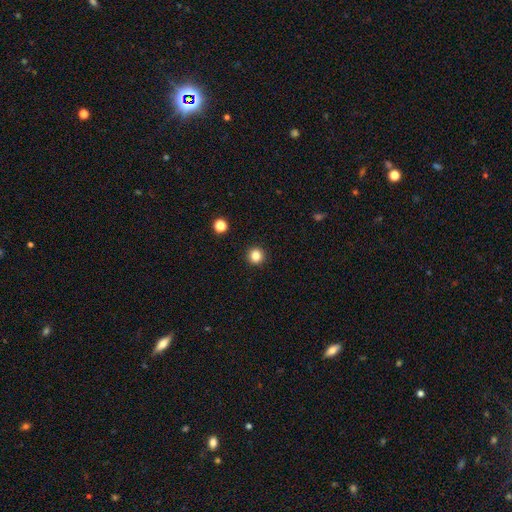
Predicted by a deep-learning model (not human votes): Smooth or featured?
  - smooth: 84% *
  - star or artifact: 12%
  - featured or disk: 4%
How rounded?
  - round: 95% *
  - in between: 4%
  - cigar-shaped: 1%
Merging?
  - none: 94% *
  - minor disturbance: 4%
  - major disturbance: 1%
  - merger: 1%